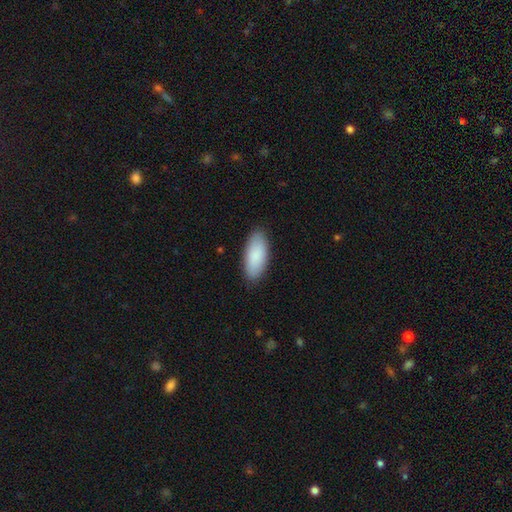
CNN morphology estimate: Overall: smooth (88%). How rounded: in between (85%). Merging: none (88%).